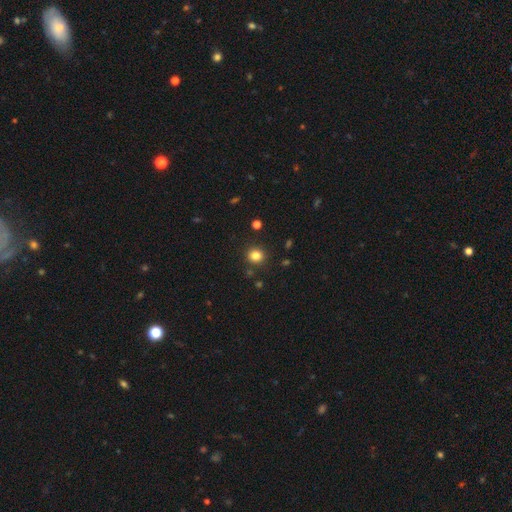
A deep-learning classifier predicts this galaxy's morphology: Smooth or featured?
  - smooth: 82% *
  - star or artifact: 14%
  - featured or disk: 5%
How rounded?
  - round: 89% *
  - in between: 10%
  - cigar-shaped: 1%
Merging?
  - none: 89% *
  - minor disturbance: 6%
  - merger: 2%
  - major disturbance: 2%